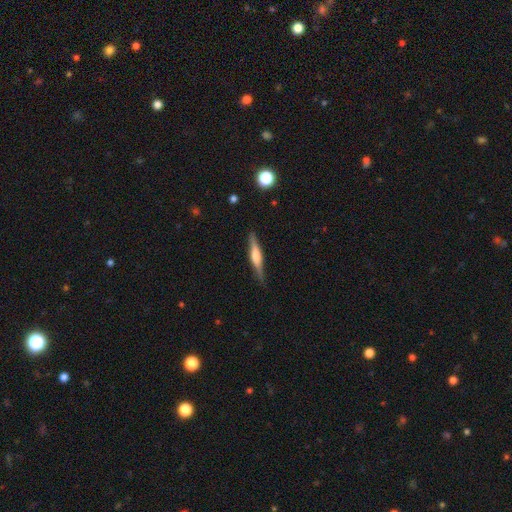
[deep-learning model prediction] featured or disk 59%, smooth 35%, star or artifact 6%. Down the decision tree: edge-on disk — yes (97%); edge-on bulge — rounded (65%); merging — none (87%).